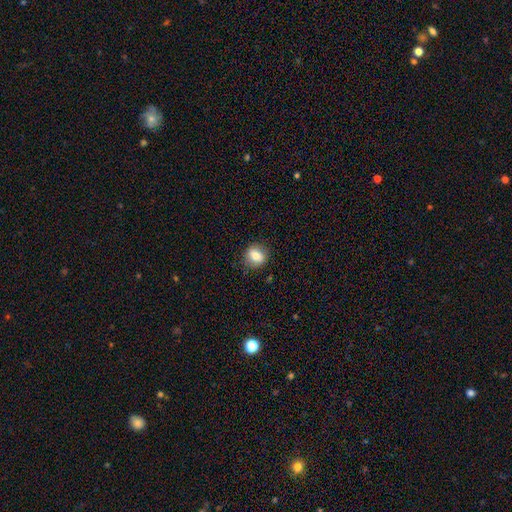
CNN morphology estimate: smooth_or_featured: smooth (p=0.76) [alt: featured or disk p=0.14]
how_rounded: round (p=0.73) [alt: in between p=0.26]
merging: none (p=0.84) [alt: minor disturbance p=0.12]